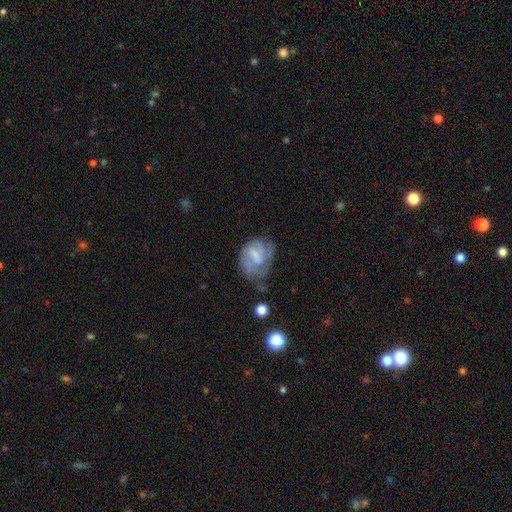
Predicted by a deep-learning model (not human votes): Morphology: type=featured or disk (69%); edge-on=no (97%); bar=weak (50%); spiral arms=yes (83%); winding=tight (43%); arm count=can't tell (35%); bulge=none (44%); merging=none (44%).